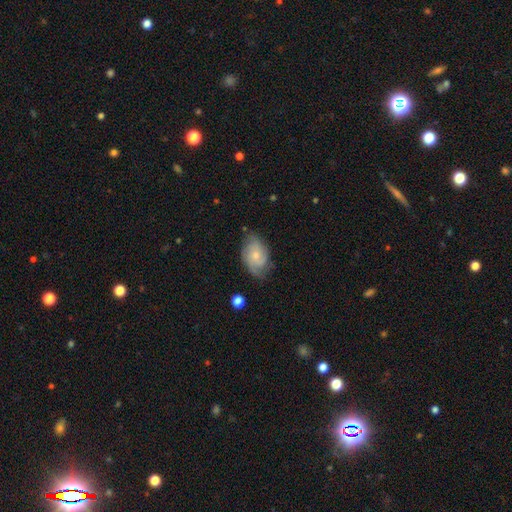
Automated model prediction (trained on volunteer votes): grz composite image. It shows a featured or disk galaxy (57%) with no bar (74%), spiral arms (88%) and a small central bulge (56%). Merging: none (66%).